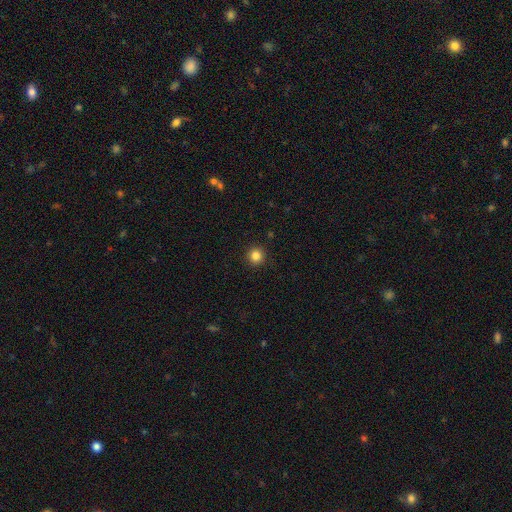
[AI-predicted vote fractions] Smooth or featured?
  - smooth: 84% *
  - star or artifact: 12%
  - featured or disk: 4%
How rounded?
  - round: 95% *
  - in between: 4%
  - cigar-shaped: 1%
Merging?
  - none: 92% *
  - minor disturbance: 5%
  - major disturbance: 2%
  - merger: 1%